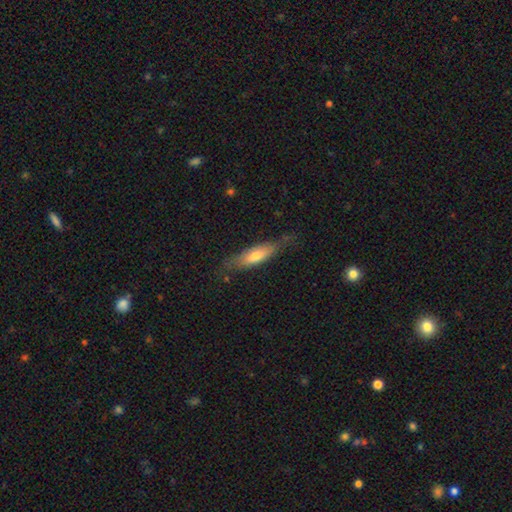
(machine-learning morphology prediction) type=smooth (57%); roundness=cigar-shaped (63%); merging=none (70%).